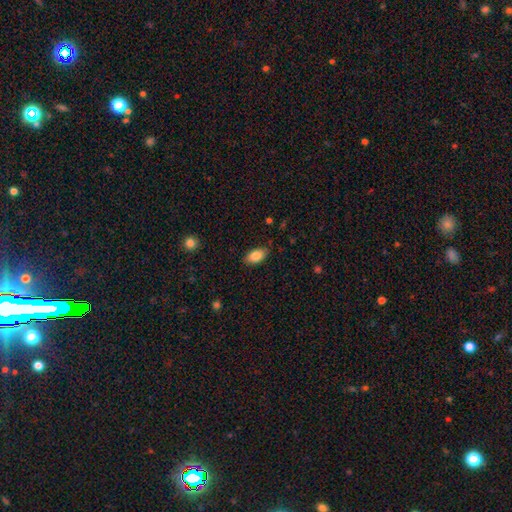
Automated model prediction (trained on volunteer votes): This appears to be a smooth galaxy with no disk features (87%) that is in between round and cigar-shaped (92%). Merging: none (84%).